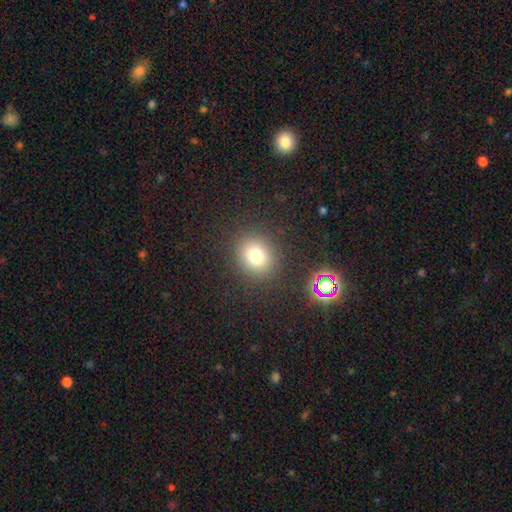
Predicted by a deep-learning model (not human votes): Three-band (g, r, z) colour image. It shows a smooth galaxy with no disk features (75%) that is round (79%). Merging: none (87%).